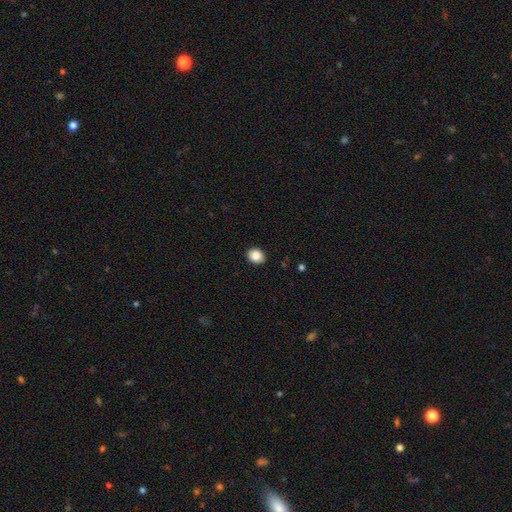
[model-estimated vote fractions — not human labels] smooth-or-featured: smooth: 87% | star or artifact: 8% | featured or disk: 4%
  how-rounded: round: 55% | in between: 44% | cigar-shaped: 1%
  merging: none: 90% | minor disturbance: 7% | major disturbance: 2% | merger: 1%